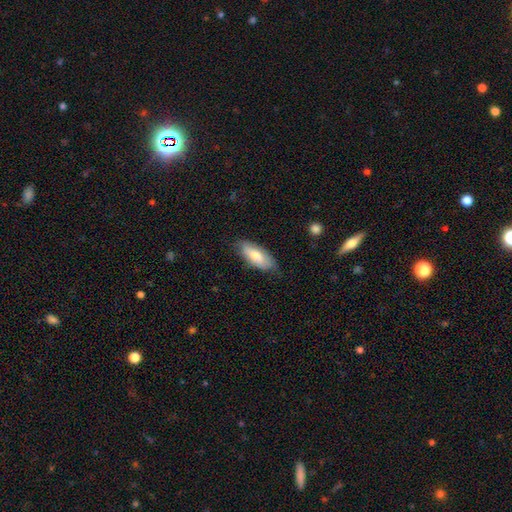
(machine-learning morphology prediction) Q: Smooth or featured?
A: smooth (73%); runner-up: featured or disk (21%)
Q: How rounded?
A: in between (81%); runner-up: cigar-shaped (17%)
Q: Merging?
A: none (76%); runner-up: minor disturbance (19%)